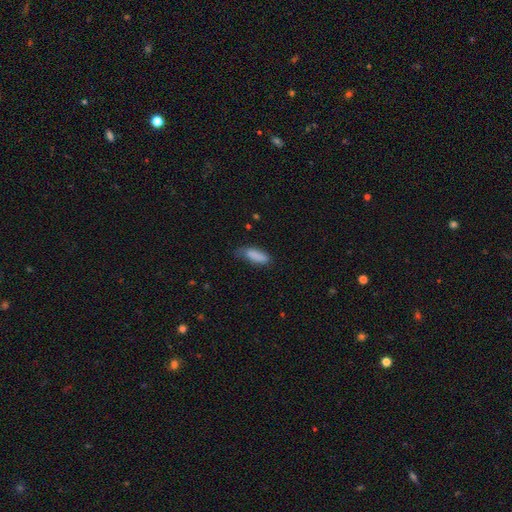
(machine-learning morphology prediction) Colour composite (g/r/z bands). It shows a smooth galaxy with no disk features (87%) that is in between round and cigar-shaped (62%). Merging: none (58%).